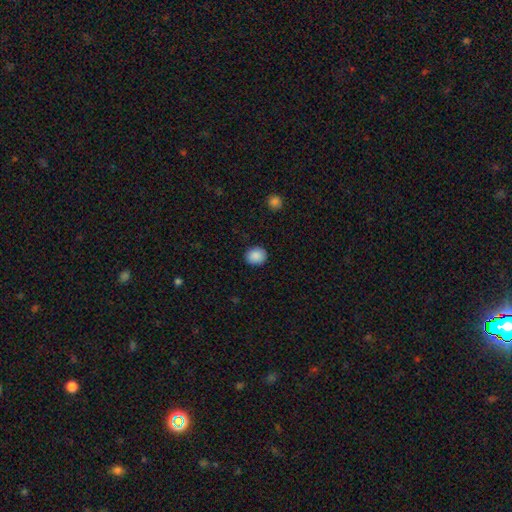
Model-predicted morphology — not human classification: Q: Smooth or featured?
A: smooth (89%); runner-up: star or artifact (8%)
Q: How rounded?
A: round (70%); runner-up: in between (30%)
Q: Merging?
A: none (89%); runner-up: minor disturbance (8%)